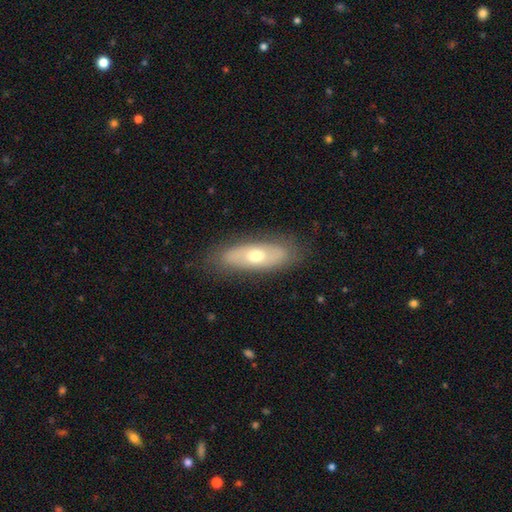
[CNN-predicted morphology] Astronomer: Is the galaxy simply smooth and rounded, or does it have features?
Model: smooth — 53% (runner-up: featured or disk, 41%).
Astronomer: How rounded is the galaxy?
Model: in between — 66%.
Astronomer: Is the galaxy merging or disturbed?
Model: none — 81%.